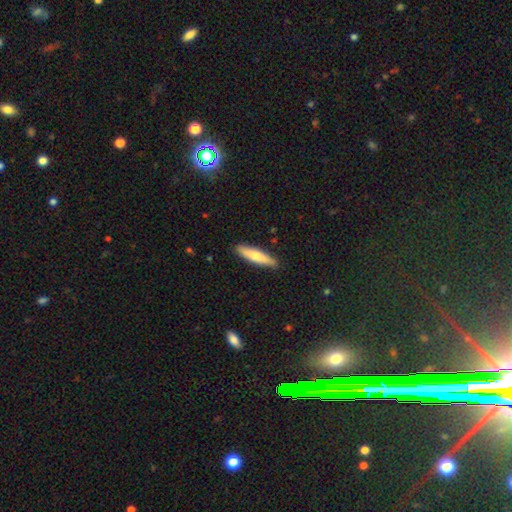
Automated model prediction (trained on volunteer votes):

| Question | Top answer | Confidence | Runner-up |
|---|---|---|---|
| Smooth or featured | smooth | 64% | featured or disk (30%) |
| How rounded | cigar-shaped | 79% | in between (19%) |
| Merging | none | 89% | minor disturbance (8%) |